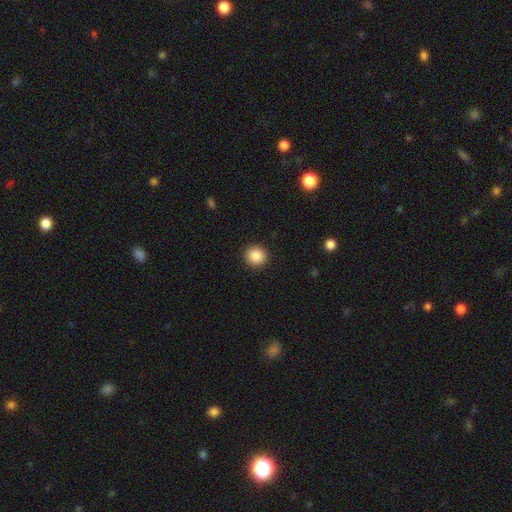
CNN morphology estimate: Overall: smooth (85%). How rounded: round (92%). Merging: none (92%).